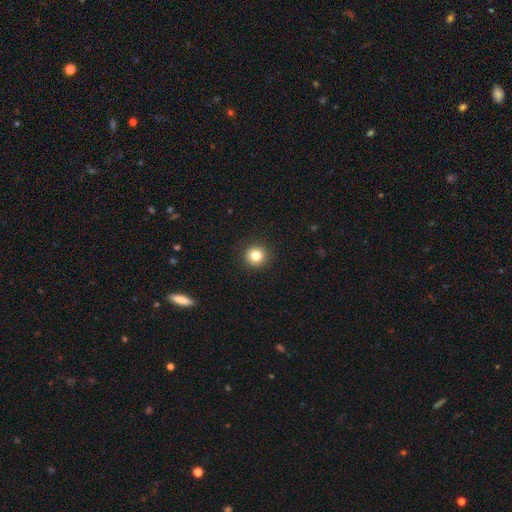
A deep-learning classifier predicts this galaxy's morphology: type=smooth (82%); roundness=round (94%); merging=none (93%).